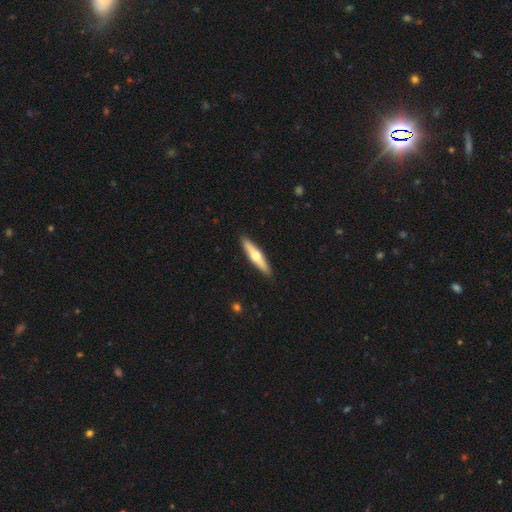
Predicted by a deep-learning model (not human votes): This appears to be a featured or disk galaxy (55%) viewed edge-on (94%) with a rounded central bulge (93%). Merging: none (91%).